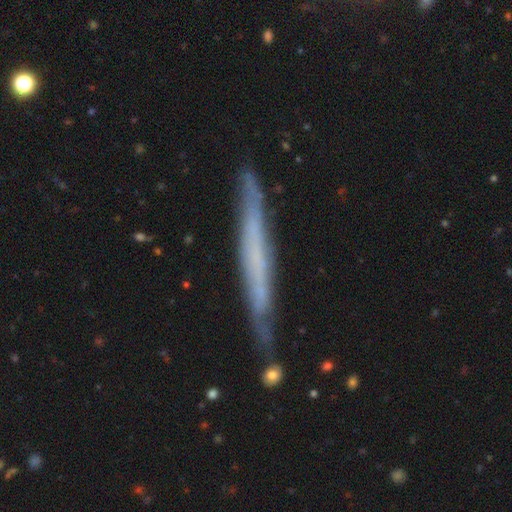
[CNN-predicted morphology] The model was most divided on "smooth or featured": featured or disk: 62%, smooth: 31%, star or artifact: 7%. More confident: edge-on disk — yes (91%); edge-on bulge — none (87%); merging — none (80%).